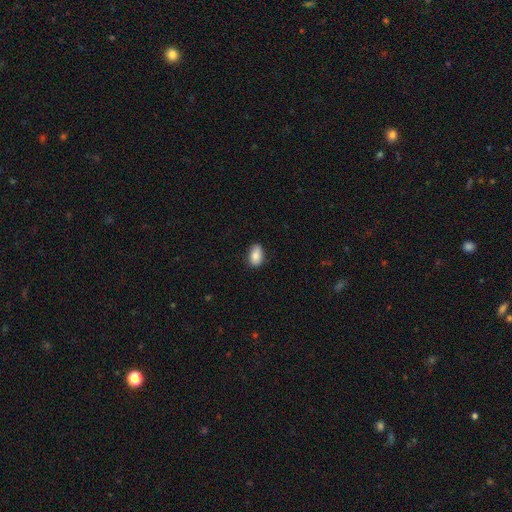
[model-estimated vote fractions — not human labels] smooth_or_featured: smooth (p=0.85) [alt: featured or disk p=0.08]
how_rounded: in between (p=0.88) [alt: round p=0.11]
merging: none (p=0.81) [alt: minor disturbance p=0.16]